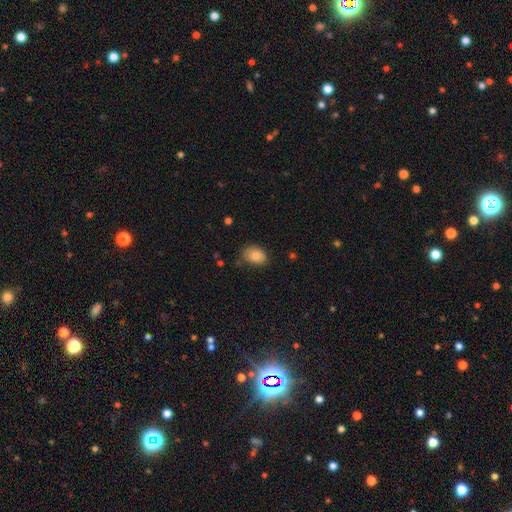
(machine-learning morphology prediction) Smooth or featured? Predicted: smooth (p=0.85). How rounded? Predicted: in between (p=0.77). Merging? Predicted: none (p=0.69).